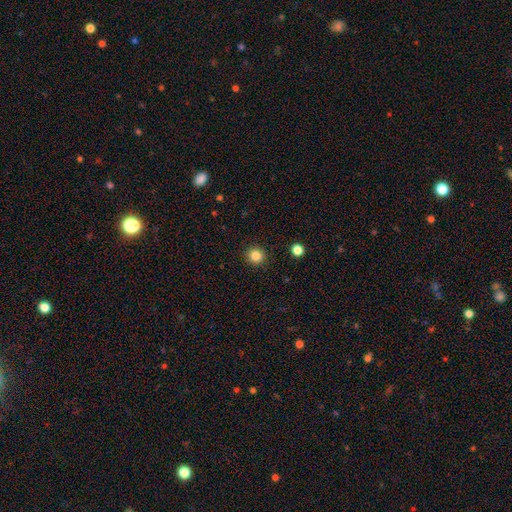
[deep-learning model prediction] smooth-or-featured: smooth: 84% | star or artifact: 12% | featured or disk: 4%
  how-rounded: round: 93% | in between: 6% | cigar-shaped: 1%
  merging: none: 92% | minor disturbance: 5% | major disturbance: 2% | merger: 1%